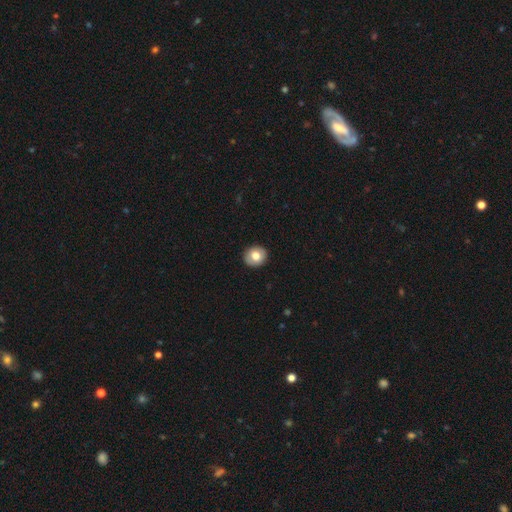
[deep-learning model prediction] Smooth or featured?
  - smooth: 74% *
  - featured or disk: 18%
  - star or artifact: 8%
How rounded?
  - round: 82% *
  - in between: 17%
  - cigar-shaped: 1%
Merging?
  - none: 90% *
  - minor disturbance: 7%
  - major disturbance: 2%
  - merger: 1%